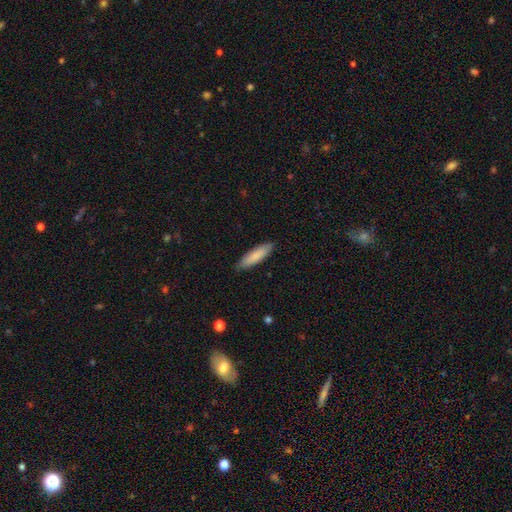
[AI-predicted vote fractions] A smooth galaxy with no disk features (84%) that is cigar-shaped (66%).

Vote fractions:
- Smooth or featured? smooth: 84% / featured or disk: 11% / star or artifact: 5%
- How rounded? cigar-shaped: 66% / in between: 32% / round: 1%
- Merging? none: 87% / minor disturbance: 11% / major disturbance: 2% / merger: 1%